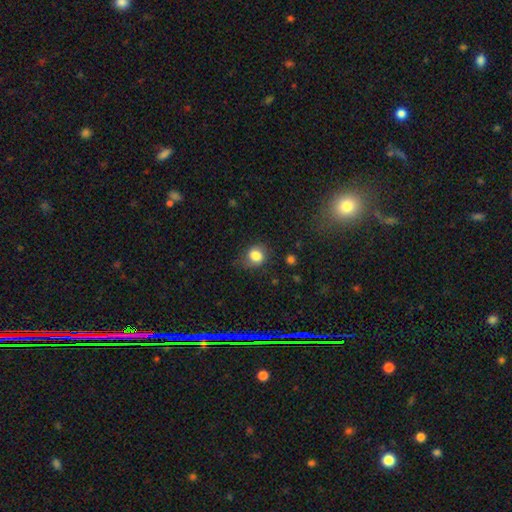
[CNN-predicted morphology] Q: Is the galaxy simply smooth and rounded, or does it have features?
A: smooth — 81%.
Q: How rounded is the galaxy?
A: round — 62%.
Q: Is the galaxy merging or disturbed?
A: none — 67%.